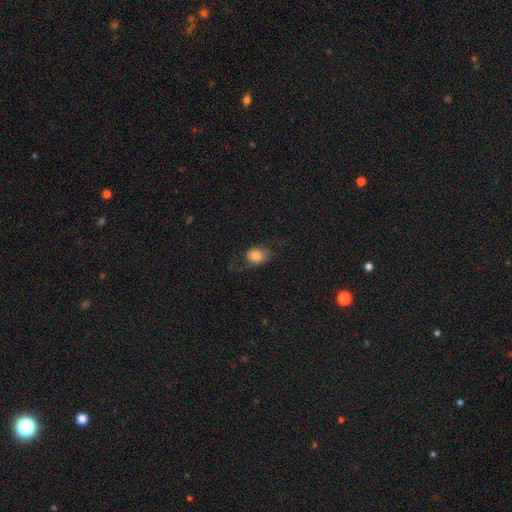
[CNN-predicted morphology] The model was most divided on "how rounded": in between: 50%, round: 49%, cigar-shaped: 1%. More confident: smooth or featured — smooth (74%); merging — none (54%).